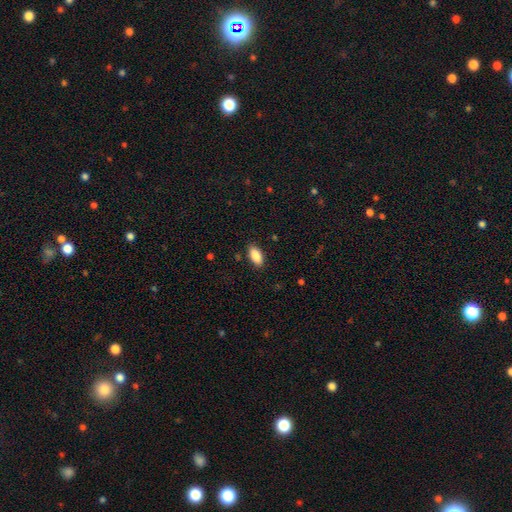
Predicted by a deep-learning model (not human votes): smooth 88%, star or artifact 7%, featured or disk 5%. Down the decision tree: how rounded — in between (91%); merging — none (88%).